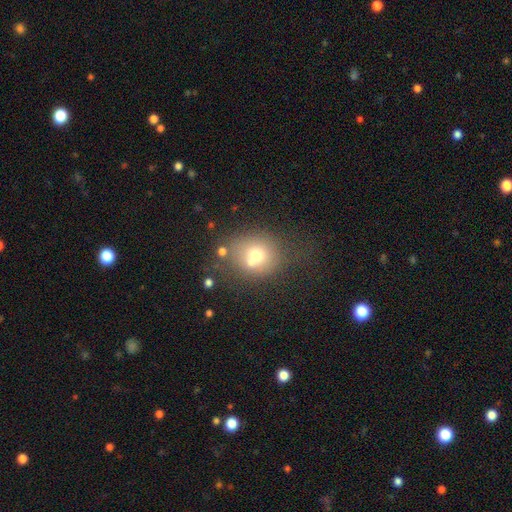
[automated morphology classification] The model was most divided on "merging": none: 51%, merger: 25%, minor disturbance: 15%, major disturbance: 8%. More confident: how rounded — round (71%); smooth or featured — smooth (66%).